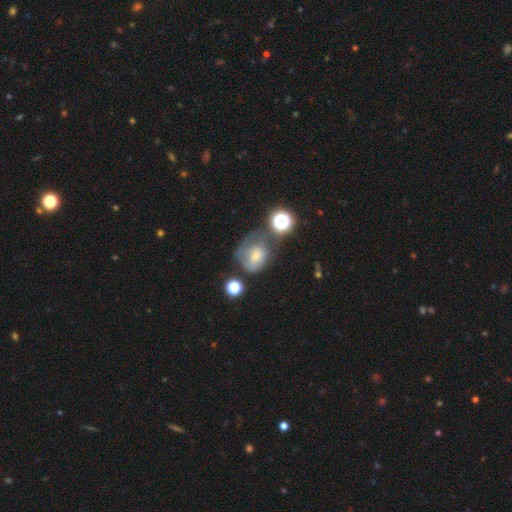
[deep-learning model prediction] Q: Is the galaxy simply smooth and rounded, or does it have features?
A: smooth — 49%.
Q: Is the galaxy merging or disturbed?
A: major disturbance — 31%, tied with none.